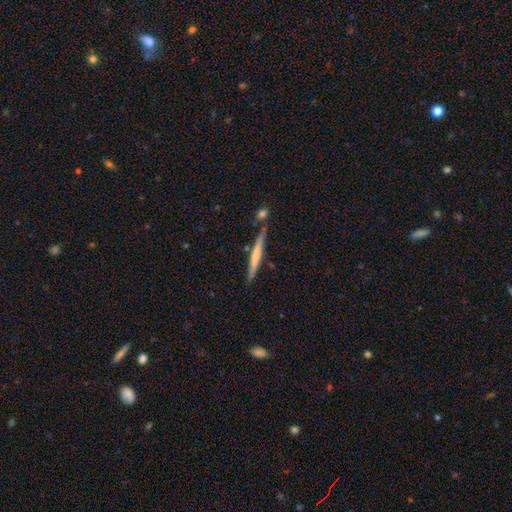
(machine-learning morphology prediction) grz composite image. It shows a smooth galaxy with no disk features (49%). Merging: none (77%).